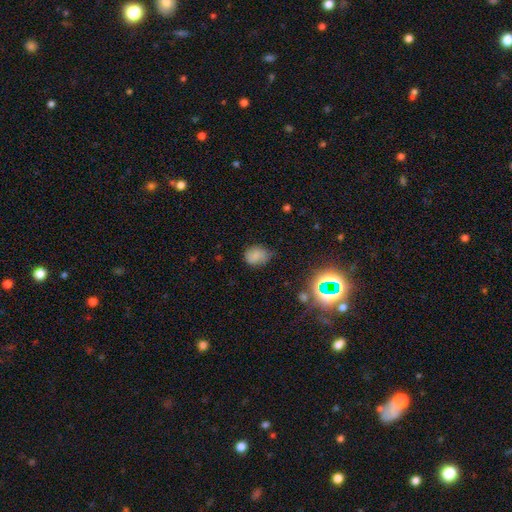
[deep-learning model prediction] Morphology: type=smooth (75%); roundness=in between (57%); merging=none (64%).